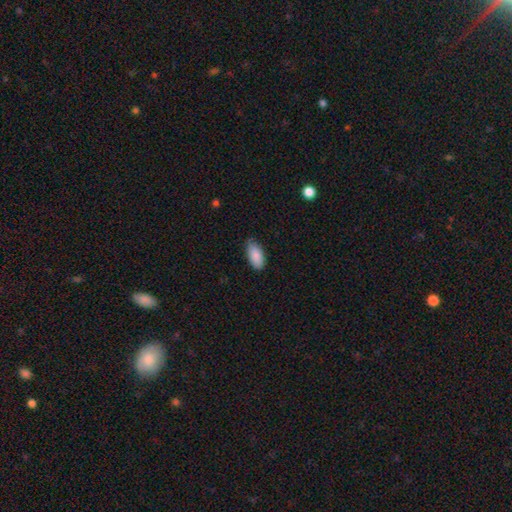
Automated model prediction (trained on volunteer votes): The model was most divided on "merging": none: 75%, minor disturbance: 21%, major disturbance: 3%, merger: 1%. More confident: how rounded — in between (91%); smooth or featured — smooth (88%).